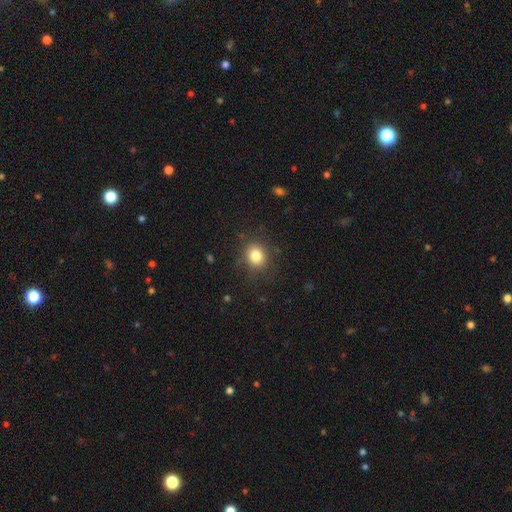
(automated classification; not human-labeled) Morphology: type=smooth (81%); roundness=round (74%); merging=none (84%).